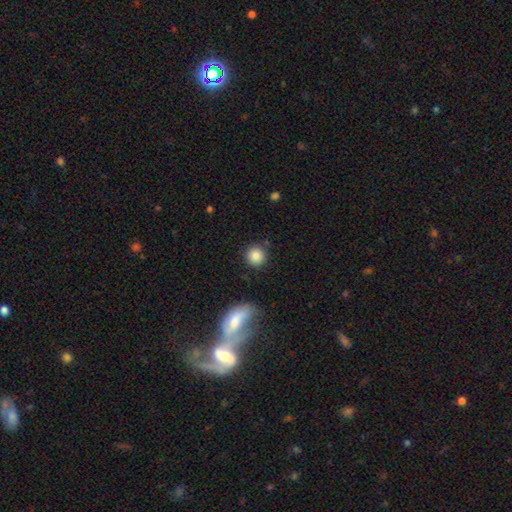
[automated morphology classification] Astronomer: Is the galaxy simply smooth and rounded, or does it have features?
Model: smooth — 87%.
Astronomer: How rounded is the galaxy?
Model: round — 92%.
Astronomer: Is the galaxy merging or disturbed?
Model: none — 85%.